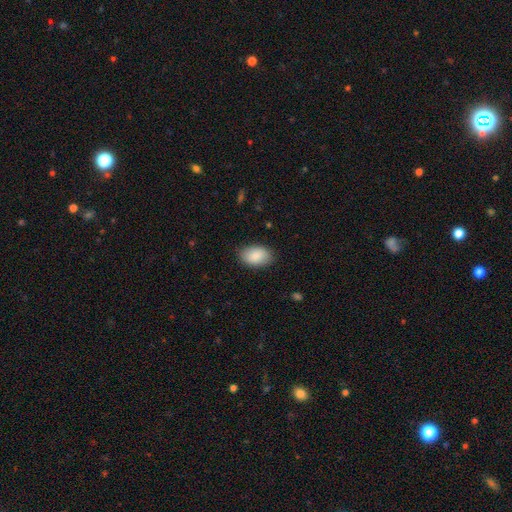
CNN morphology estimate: A smooth galaxy with no disk features (89%) that is in between round and cigar-shaped (90%). Merging: none (85%).